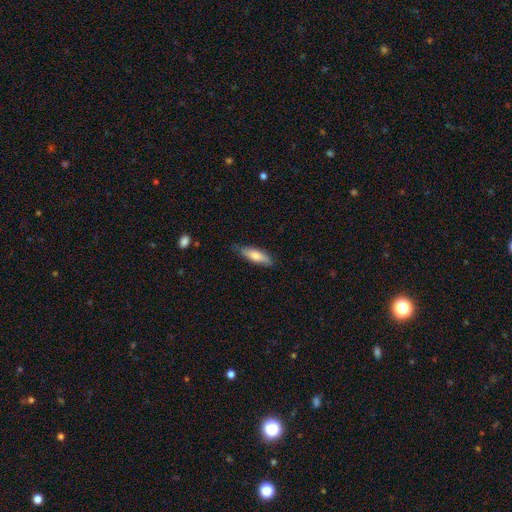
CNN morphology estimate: This appears to be a smooth galaxy with no disk features (75%) that is cigar-shaped (51%). Merging: none (75%).